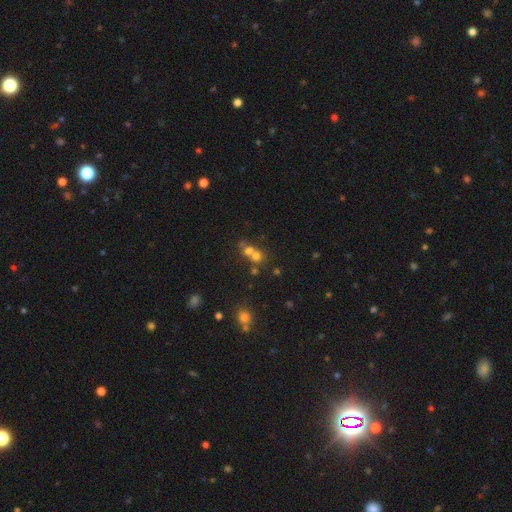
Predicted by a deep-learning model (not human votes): A smooth galaxy with no disk features (63%) that is round (80%).

Vote fractions:
- Smooth or featured? smooth: 63% / star or artifact: 19% / featured or disk: 18%
- How rounded? round: 80% / in between: 19% / cigar-shaped: 1%
- Merging? merger: 57% / none: 33% / minor disturbance: 6% / major disturbance: 4%